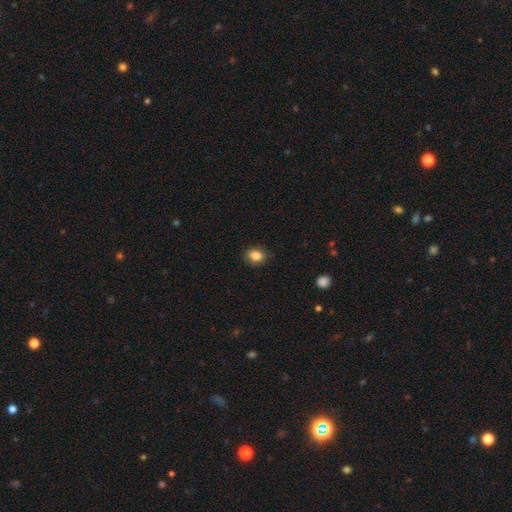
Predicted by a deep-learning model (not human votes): A smooth galaxy with no disk features (85%) that is in between round and cigar-shaped (57%). Merging: none (82%).